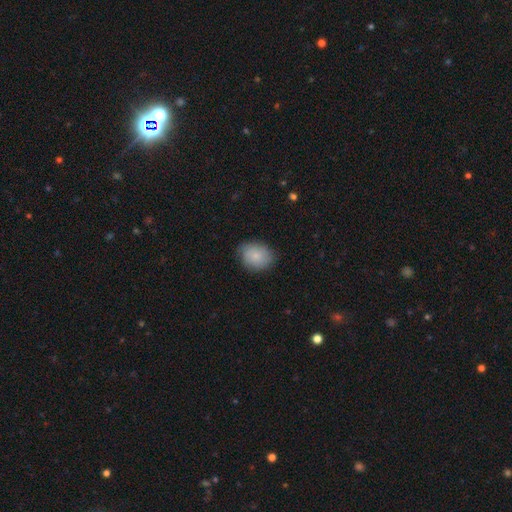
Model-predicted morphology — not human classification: A smooth galaxy with no disk features (80%) that is in between round and cigar-shaped (56%). Merging: none (80%).